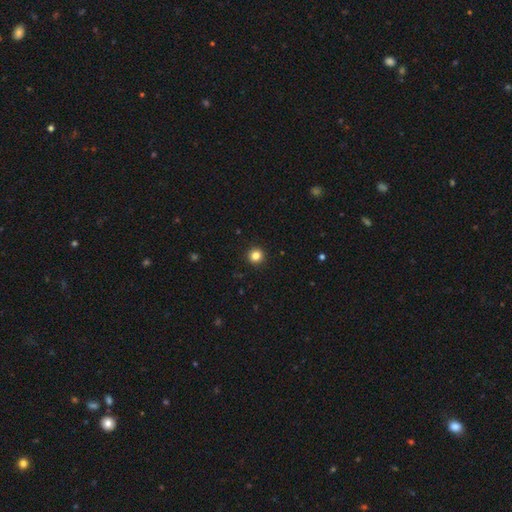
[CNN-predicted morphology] This appears to be a smooth galaxy with no disk features (84%) that is round (95%). Merging: none (93%).